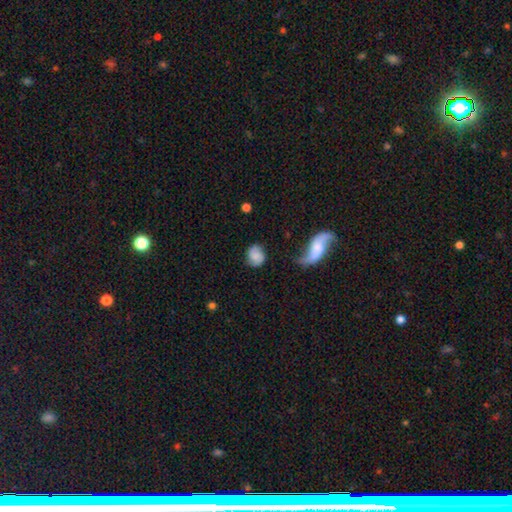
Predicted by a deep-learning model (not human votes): Smooth or featured?
  - smooth: 68% *
  - featured or disk: 23%
  - star or artifact: 9%
How rounded?
  - round: 63% *
  - in between: 36%
  - cigar-shaped: 2%
Merging?
  - none: 61% *
  - minor disturbance: 24%
  - major disturbance: 10%
  - merger: 5%